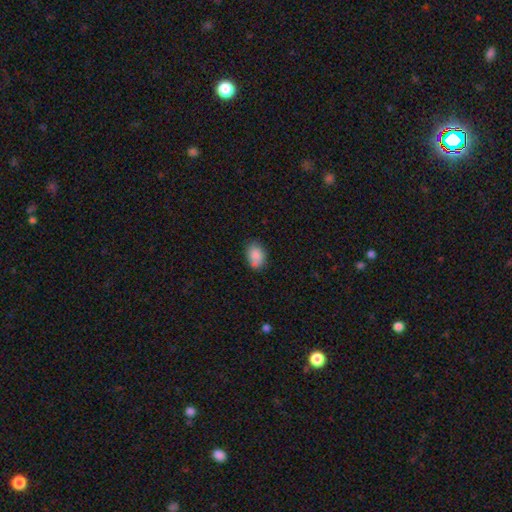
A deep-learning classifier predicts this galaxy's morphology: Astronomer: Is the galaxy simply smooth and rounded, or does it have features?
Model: smooth — 85%.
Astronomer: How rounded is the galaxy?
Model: in between — 78%.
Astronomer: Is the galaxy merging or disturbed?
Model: none — 68%.